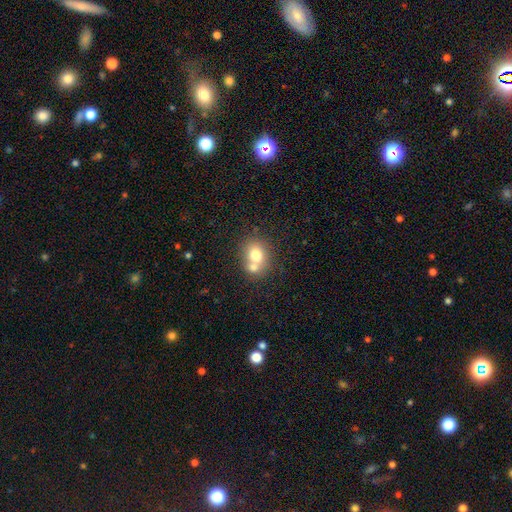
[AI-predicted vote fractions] smooth 72%, featured or disk 17%, star or artifact 10%. Down the decision tree: how rounded — round (65%); merging — merger (49%).